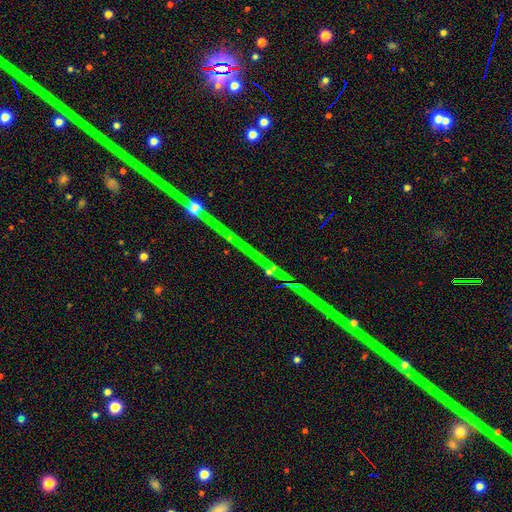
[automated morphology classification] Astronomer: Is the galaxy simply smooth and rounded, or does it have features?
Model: star or artifact — 78%.